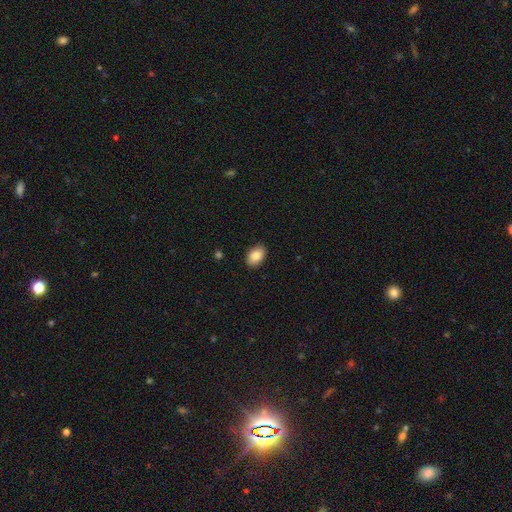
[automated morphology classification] Smooth or featured? Predicted: smooth (p=0.85). How rounded? Predicted: in between (p=0.87). Merging? Predicted: none (p=0.89).